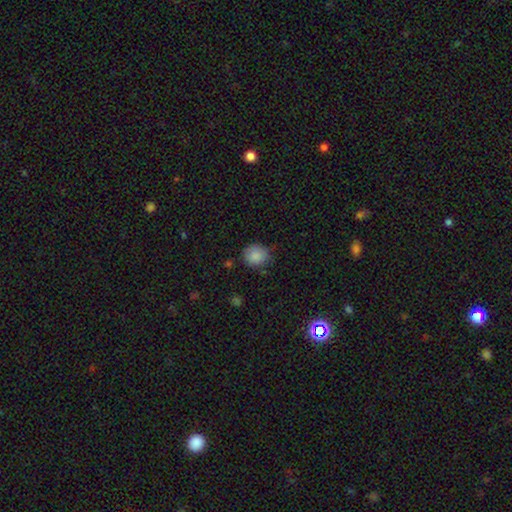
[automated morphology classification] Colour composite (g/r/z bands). It shows a smooth galaxy with no disk features (86%) that is round (77%). Merging: none (77%).